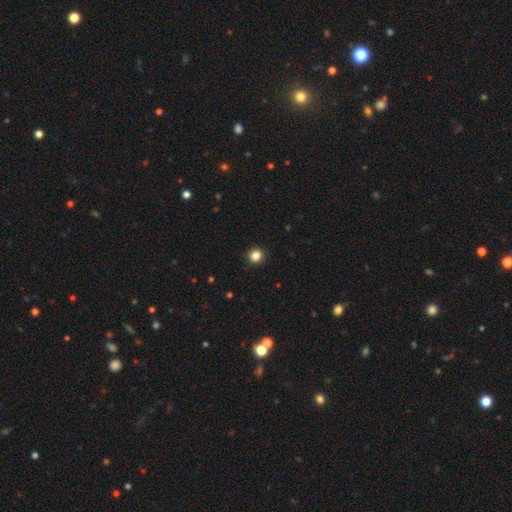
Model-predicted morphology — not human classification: Smooth or featured? smooth (85%)
How rounded? round (95%)
Merging? none (94%)